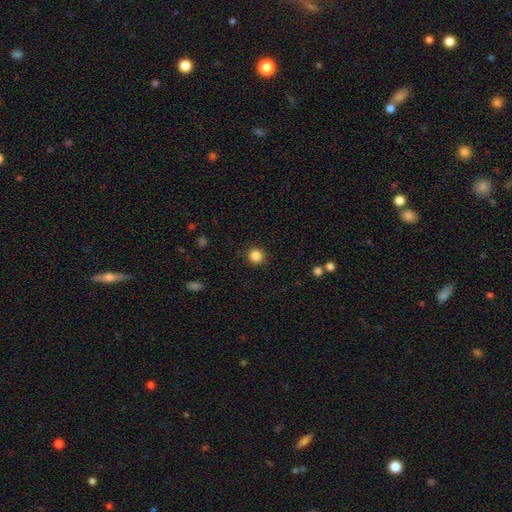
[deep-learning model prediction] Q: Smooth or featured?
A: smooth (86%); runner-up: star or artifact (11%)
Q: How rounded?
A: round (94%); runner-up: in between (5%)
Q: Merging?
A: none (91%); runner-up: minor disturbance (5%)